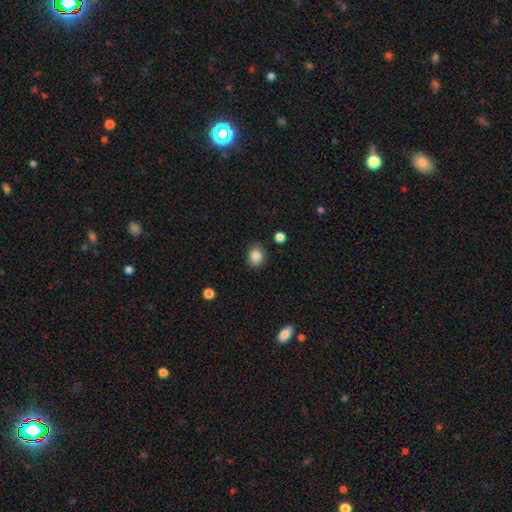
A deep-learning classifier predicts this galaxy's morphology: Smooth or featured? smooth (86%)
How rounded? round (59%)
Merging? none (85%)